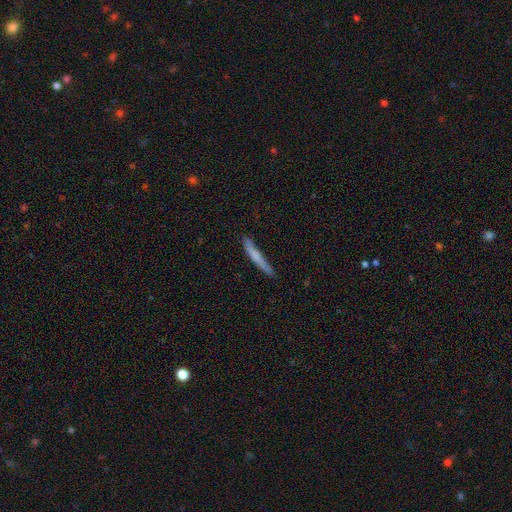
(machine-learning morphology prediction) Smooth or featured?
  - smooth: 66% *
  - featured or disk: 28%
  - star or artifact: 6%
How rounded?
  - cigar-shaped: 95% *
  - in between: 3%
  - round: 1%
Merging?
  - none: 77% *
  - minor disturbance: 17%
  - major disturbance: 3%
  - merger: 2%